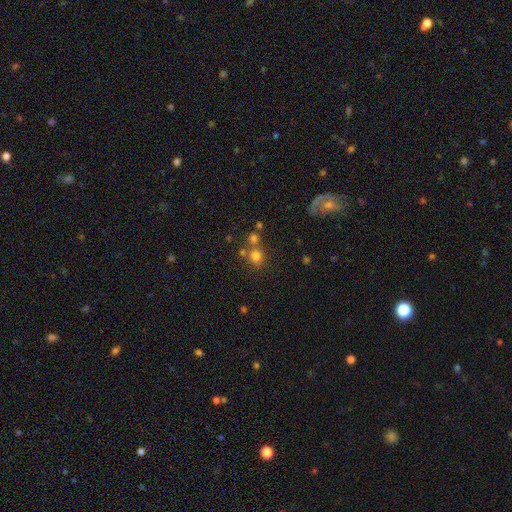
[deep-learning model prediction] The model was most divided on "merging": none: 61%, merger: 28%, minor disturbance: 8%, major disturbance: 4%. More confident: how rounded — round (87%); smooth or featured — smooth (75%).